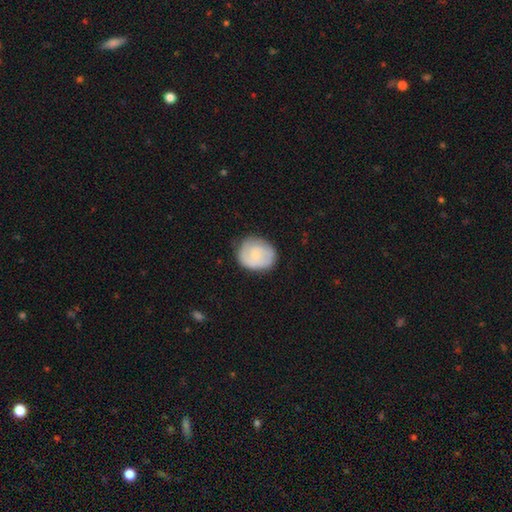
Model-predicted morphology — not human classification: A smooth galaxy with no disk features (49%).

Vote fractions:
- Smooth or featured? smooth: 49% / featured or disk: 44% / star or artifact: 6%
- Merging? none: 74% / minor disturbance: 19% / major disturbance: 6% / merger: 1%